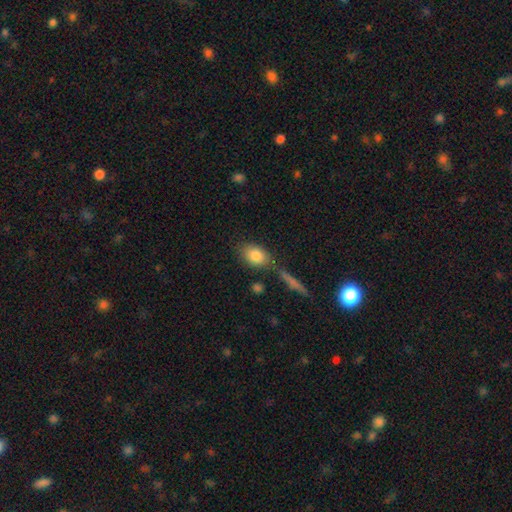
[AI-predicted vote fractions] Smooth or featured: smooth — 83% (featured or disk — 10%)
How rounded: in between — 74% (round — 22%)
Merging: none — 70% (minor disturbance — 14%)